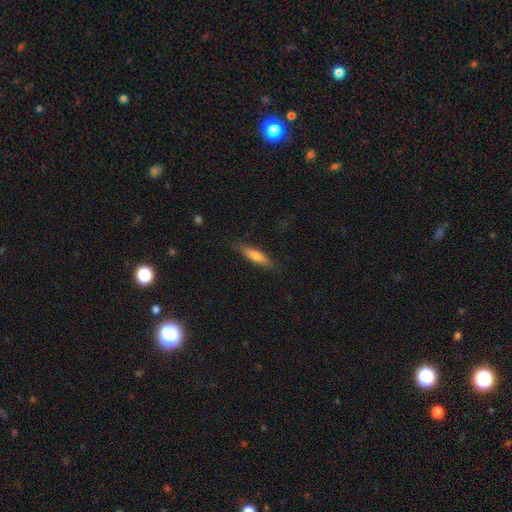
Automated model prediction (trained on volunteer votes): smooth_or_featured: smooth (p=0.61) [alt: featured or disk p=0.32]
how_rounded: cigar-shaped (p=0.77) [alt: in between p=0.21]
merging: none (p=0.85) [alt: minor disturbance p=0.11]